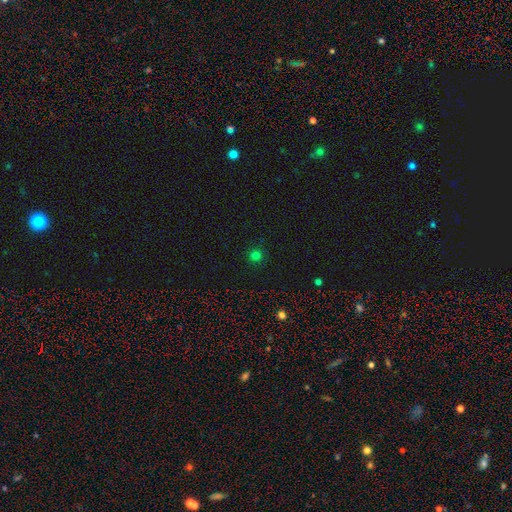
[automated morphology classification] A smooth galaxy with no disk features (76%) that is round (95%). Merging: none (91%).